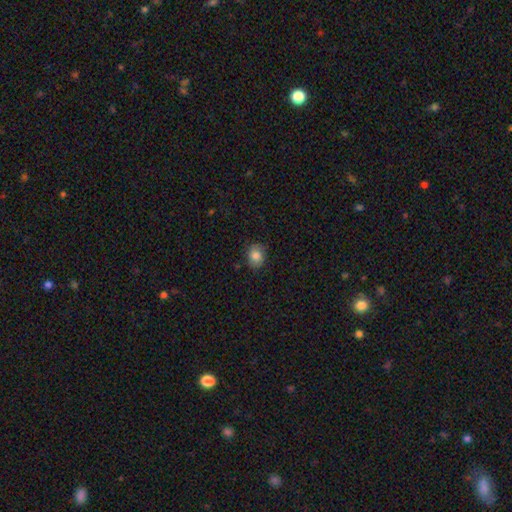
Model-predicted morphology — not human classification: type=smooth (83%); roundness=round (57%); merging=none (81%).